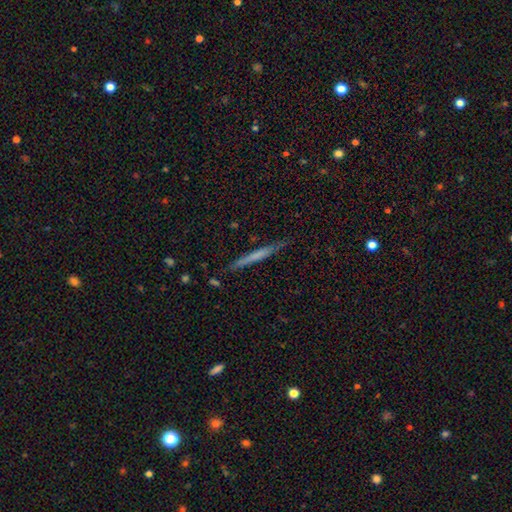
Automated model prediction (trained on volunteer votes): Smooth or featured: smooth — 51% (featured or disk — 42%)
How rounded: cigar-shaped — 96% (in between — 2%)
Merging: none — 85% (minor disturbance — 11%)